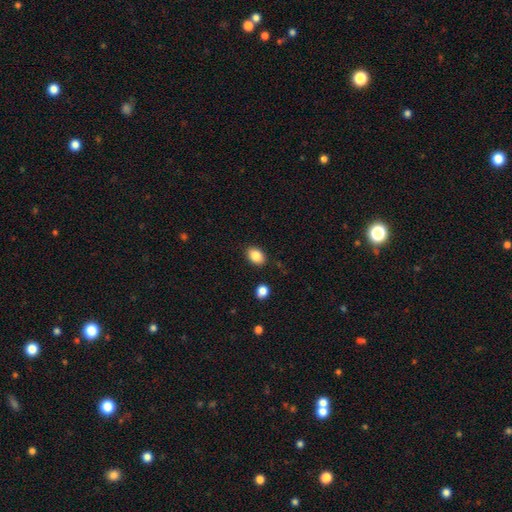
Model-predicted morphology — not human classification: smooth 86%, star or artifact 8%, featured or disk 5%. Down the decision tree: how rounded — in between (78%); merging — none (87%).